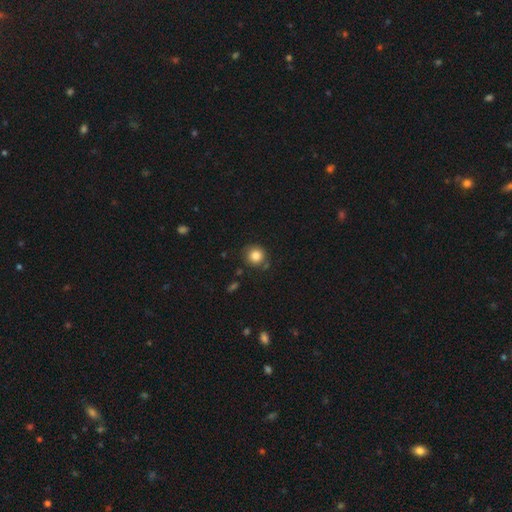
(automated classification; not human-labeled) smooth 83%, star or artifact 10%, featured or disk 7%. Down the decision tree: how rounded — round (91%); merging — none (80%).